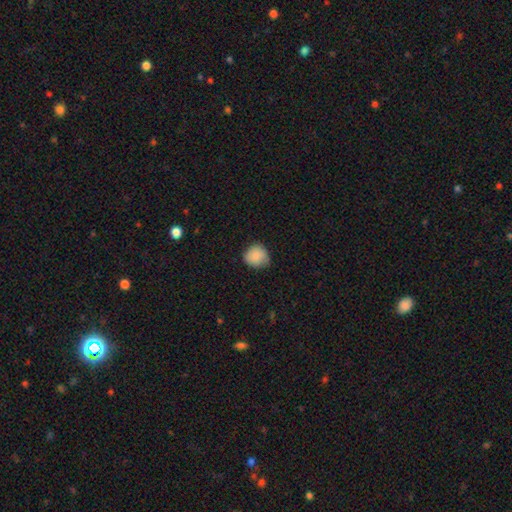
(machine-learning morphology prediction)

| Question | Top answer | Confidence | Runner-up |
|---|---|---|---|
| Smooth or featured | smooth | 85% | star or artifact (8%) |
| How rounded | round | 85% | in between (14%) |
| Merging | none | 66% | minor disturbance (29%) |